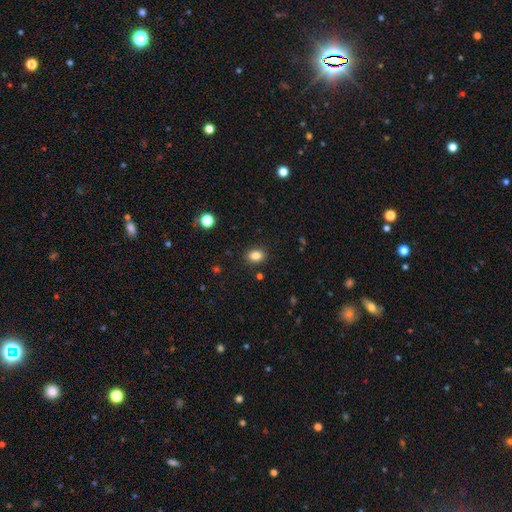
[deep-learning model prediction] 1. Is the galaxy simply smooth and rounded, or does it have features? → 84% smooth, 11% star or artifact, 5% featured or disk.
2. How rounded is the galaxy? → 67% in between, 32% round, 1% cigar-shaped.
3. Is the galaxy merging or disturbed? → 88% none, 8% minor disturbance, 2% major disturbance, 1% merger.